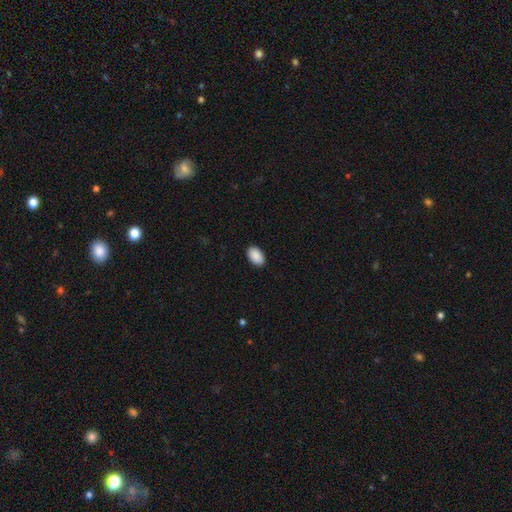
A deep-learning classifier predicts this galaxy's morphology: smooth_or_featured: smooth (p=0.91) [alt: star or artifact p=0.07]
how_rounded: in between (p=0.93) [alt: round p=0.06]
merging: none (p=0.90) [alt: minor disturbance p=0.07]